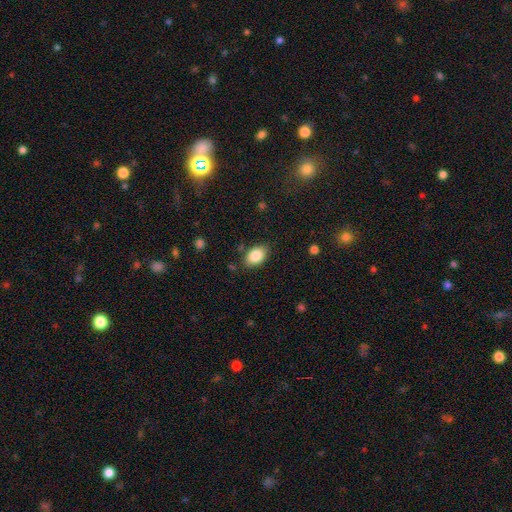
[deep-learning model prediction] smooth 87%, star or artifact 7%, featured or disk 5%. Down the decision tree: how rounded — in between (86%); merging — none (82%).